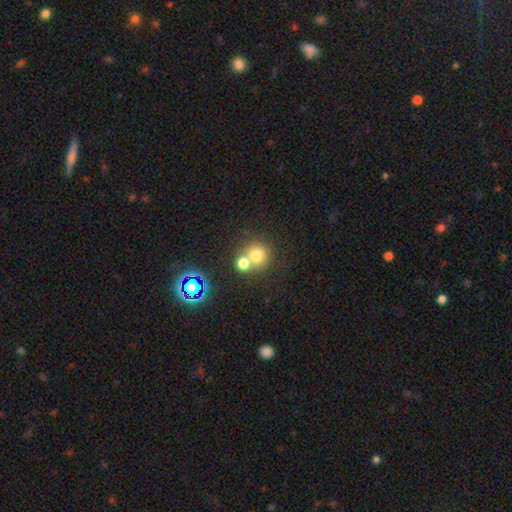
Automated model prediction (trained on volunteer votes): Smooth or featured: smooth — 73% (star or artifact — 17%)
How rounded: round — 87% (in between — 12%)
Merging: none — 49% (merger — 42%)